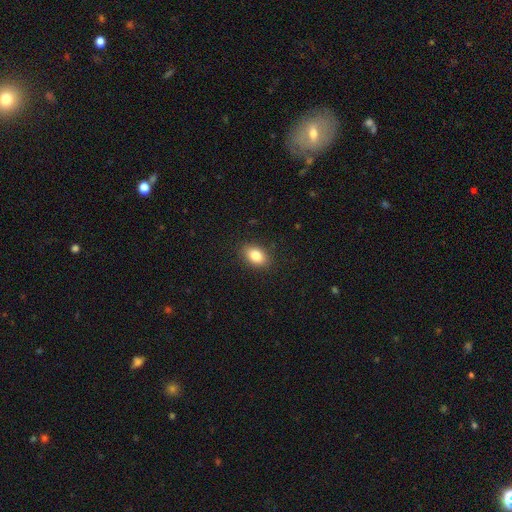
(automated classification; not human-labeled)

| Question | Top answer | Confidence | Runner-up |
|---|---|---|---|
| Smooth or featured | smooth | 84% | star or artifact (8%) |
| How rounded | in between | 85% | round (13%) |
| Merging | none | 88% | minor disturbance (9%) |